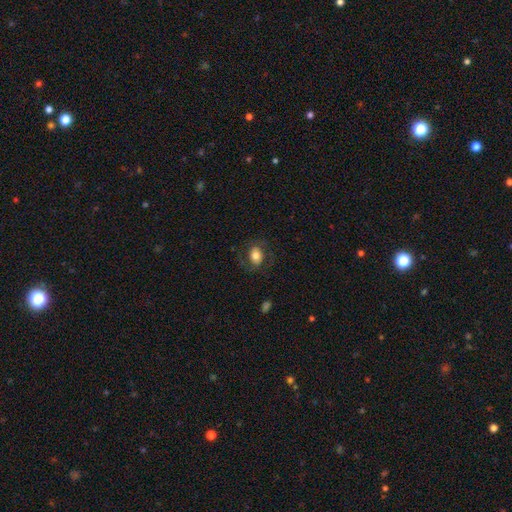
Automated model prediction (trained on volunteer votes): Q: Smooth or featured?
A: smooth (69%); runner-up: featured or disk (22%)
Q: How rounded?
A: in between (70%); runner-up: round (28%)
Q: Merging?
A: none (72%); runner-up: minor disturbance (15%)